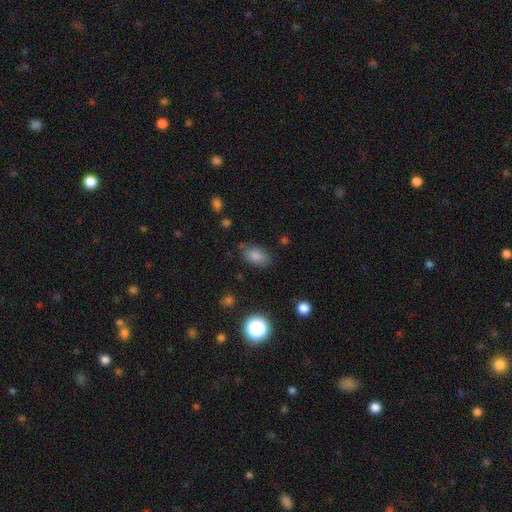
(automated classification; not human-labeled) A smooth galaxy with no disk features (82%) that is in between round and cigar-shaped (89%).

Vote fractions:
- Smooth or featured? smooth: 82% / star or artifact: 11% / featured or disk: 7%
- How rounded? in between: 89% / round: 8% / cigar-shaped: 2%
- Merging? none: 77% / minor disturbance: 15% / major disturbance: 4% / merger: 3%